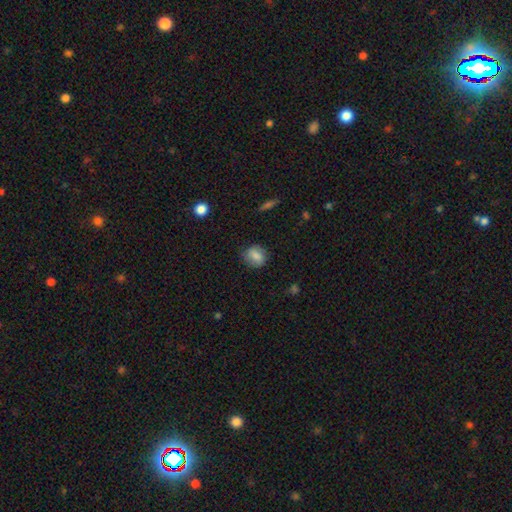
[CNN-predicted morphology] This is likely a smooth galaxy (79%). How rounded: likely round (61%). Merging: likely none (79%).